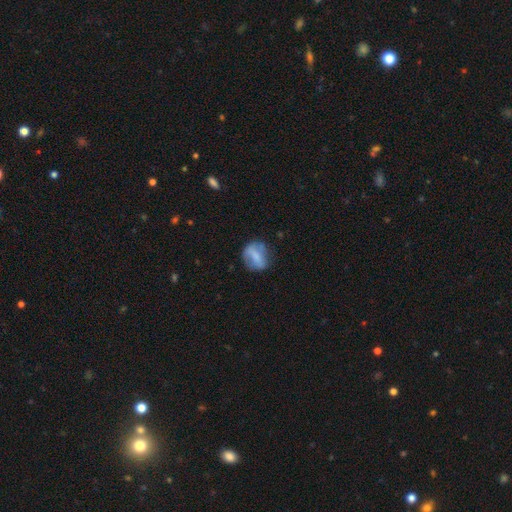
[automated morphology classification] Smooth or featured: smooth — 59% (featured or disk — 33%)
How rounded: round — 52% (in between — 45%)
Merging: none — 59% (minor disturbance — 26%)